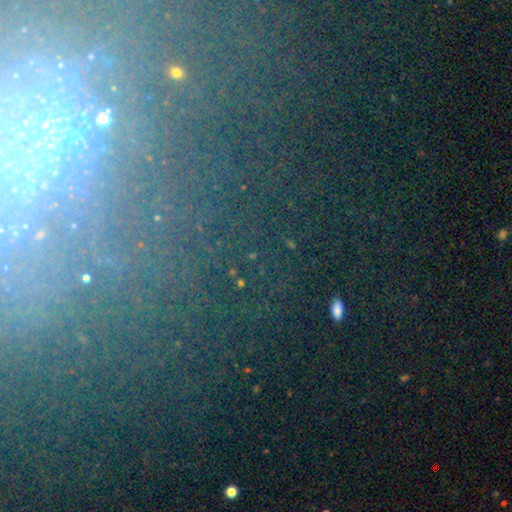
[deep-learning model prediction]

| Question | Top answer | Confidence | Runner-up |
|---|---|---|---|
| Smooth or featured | star or artifact | 60% | featured or disk (21%) |